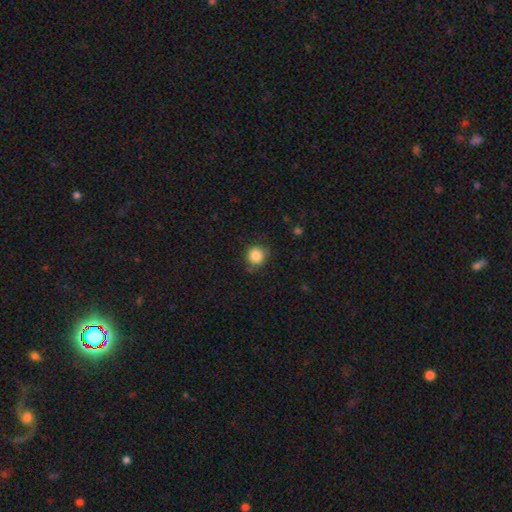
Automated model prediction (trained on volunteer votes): smooth-or-featured: smooth: 85% | star or artifact: 10% | featured or disk: 5%
  how-rounded: round: 88% | in between: 11% | cigar-shaped: 1%
  merging: none: 78% | minor disturbance: 17% | major disturbance: 4% | merger: 1%